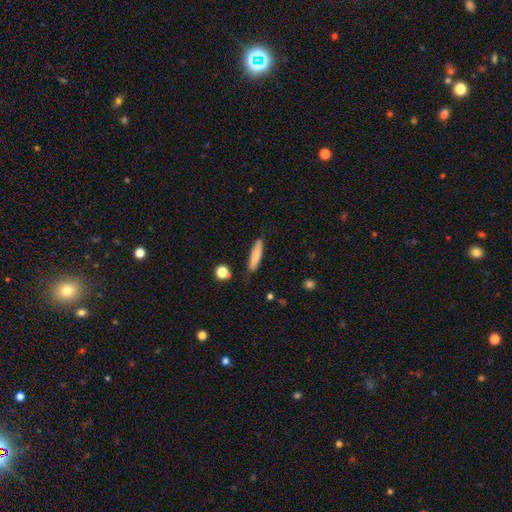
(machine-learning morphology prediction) smooth 79%, featured or disk 14%, star or artifact 7%. Down the decision tree: how rounded — cigar-shaped (84%); merging — none (84%).